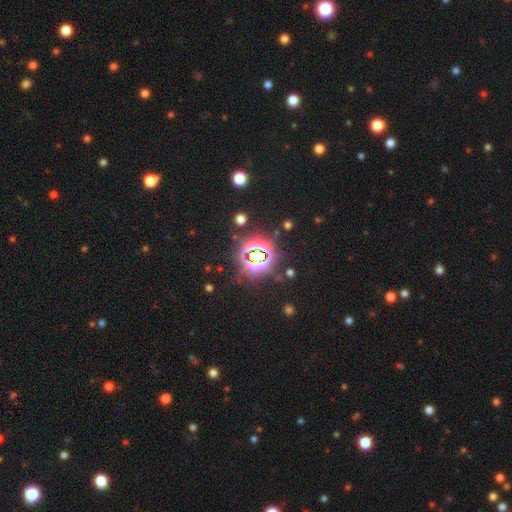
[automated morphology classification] smooth_or_featured: star or artifact (p=0.82) [alt: smooth p=0.11]